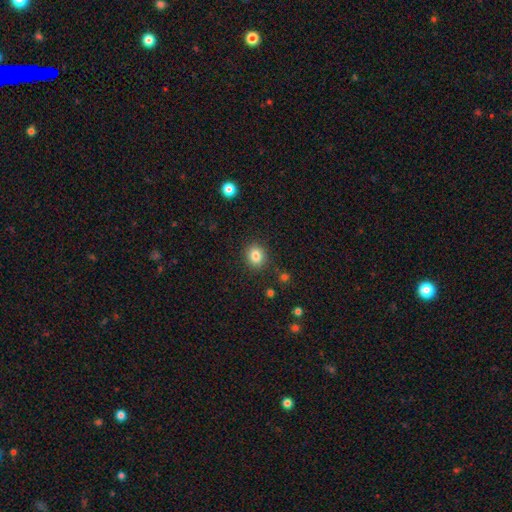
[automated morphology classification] Q: Smooth or featured?
A: smooth (83%); runner-up: star or artifact (10%)
Q: How rounded?
A: round (70%); runner-up: in between (30%)
Q: Merging?
A: none (89%); runner-up: minor disturbance (8%)